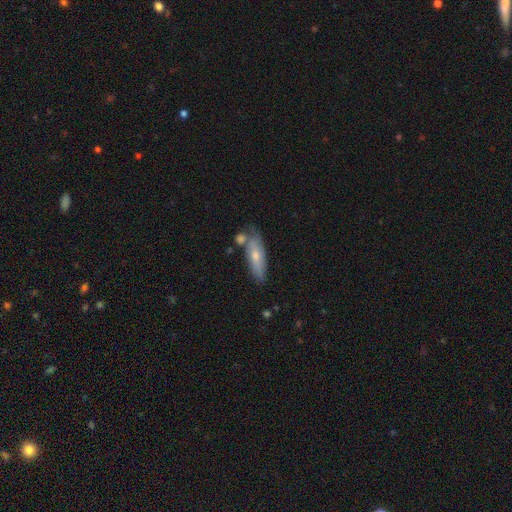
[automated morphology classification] Smooth or featured? Predicted: smooth (p=0.59). How rounded? Predicted: cigar-shaped (p=0.50). Merging? Predicted: none (p=0.59).